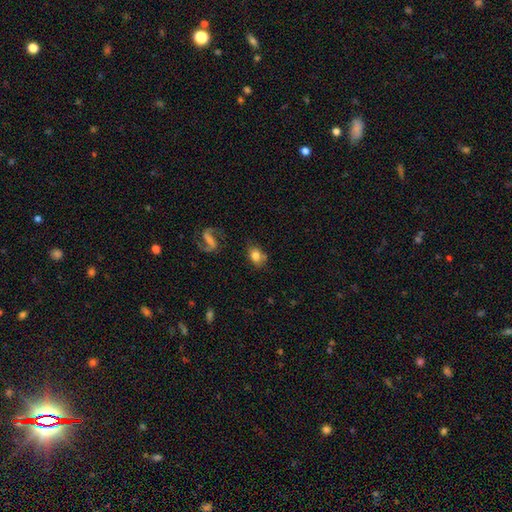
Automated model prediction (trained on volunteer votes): A smooth galaxy with no disk features (70%) that is in between round and cigar-shaped (67%).

Vote fractions:
- Smooth or featured? smooth: 70% / featured or disk: 21% / star or artifact: 9%
- How rounded? in between: 67% / round: 31% / cigar-shaped: 2%
- Merging? none: 68% / minor disturbance: 20% / major disturbance: 7% / merger: 4%